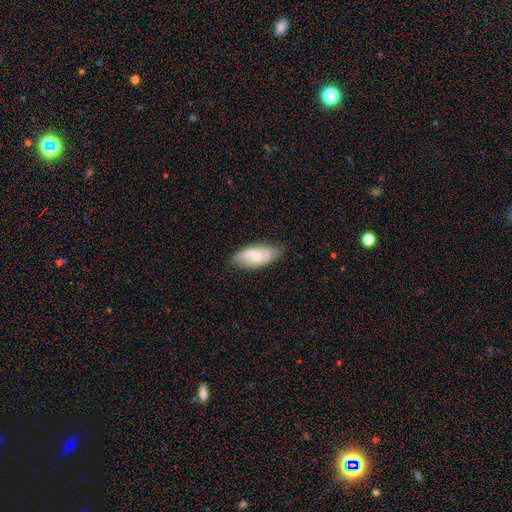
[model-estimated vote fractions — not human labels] Smooth or featured? Predicted: smooth (p=0.61). How rounded? Predicted: in between (p=0.88). Merging? Predicted: none (p=0.68).